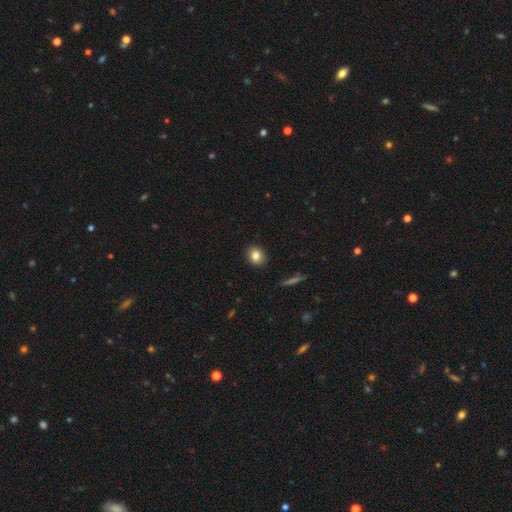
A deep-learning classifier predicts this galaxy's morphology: This is clearly a smooth galaxy (83%). How rounded: likely round (68%). Merging: clearly none (91%).